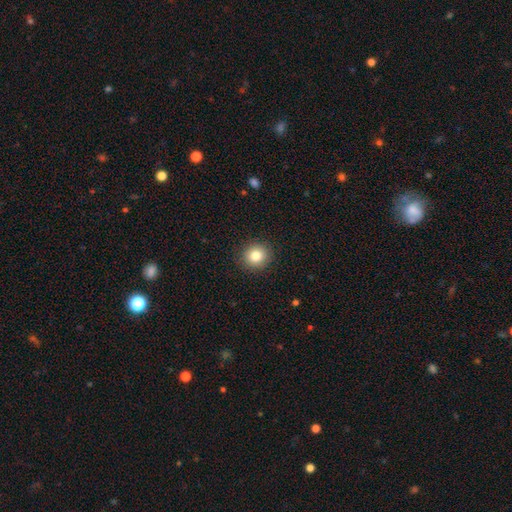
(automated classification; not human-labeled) smooth_or_featured: smooth (p=0.83) [alt: star or artifact p=0.10]
how_rounded: round (p=0.88) [alt: in between p=0.11]
merging: none (p=0.91) [alt: minor disturbance p=0.06]